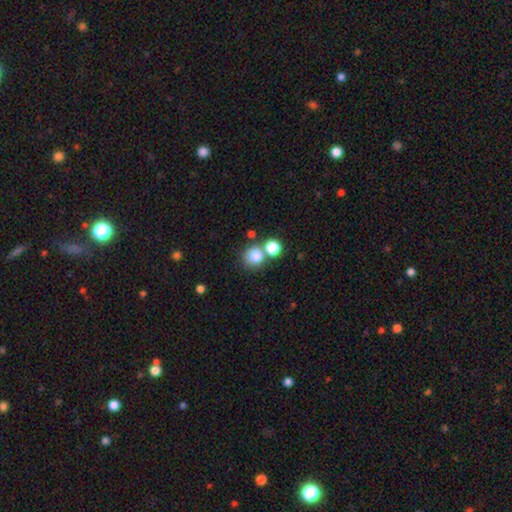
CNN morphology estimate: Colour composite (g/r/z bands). It shows a smooth galaxy with no disk features (80%) that is round (86%). Merging: none (56%).